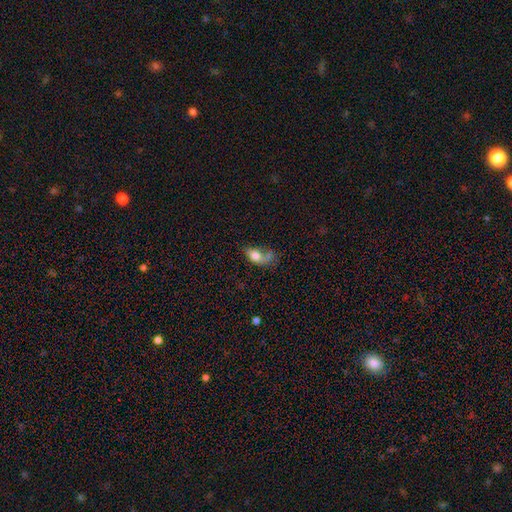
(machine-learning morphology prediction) A smooth galaxy with no disk features (71%) that is in between round and cigar-shaped (80%).

Vote fractions:
- Smooth or featured? smooth: 71% / featured or disk: 20% / star or artifact: 9%
- How rounded? in between: 80% / round: 15% / cigar-shaped: 5%
- Merging? major disturbance: 29% / none: 28% / minor disturbance: 23% / merger: 20%